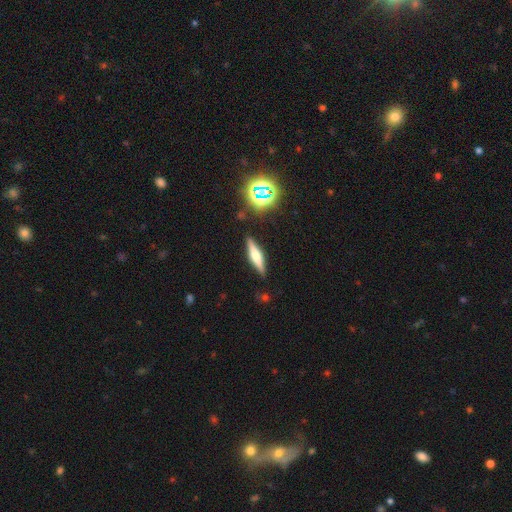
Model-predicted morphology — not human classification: This appears to be a featured or disk galaxy (58%) viewed edge-on (96%) with a rounded central bulge (83%). Merging: none (87%).